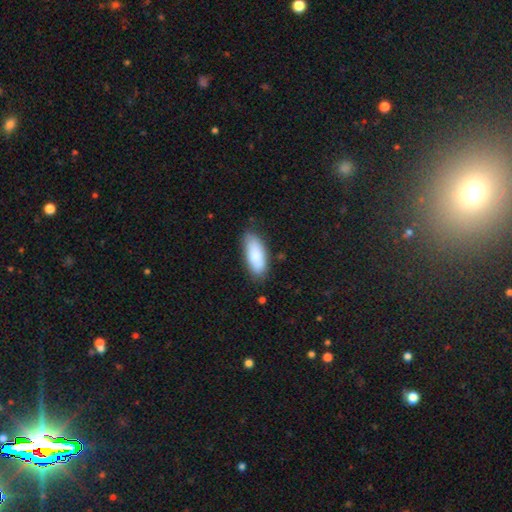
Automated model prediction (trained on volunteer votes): A smooth galaxy with no disk features (87%) that is in between round and cigar-shaped (80%).

Vote fractions:
- Smooth or featured? smooth: 87% / featured or disk: 8% / star or artifact: 6%
- How rounded? in between: 80% / cigar-shaped: 18% / round: 2%
- Merging? none: 78% / minor disturbance: 17% / major disturbance: 3% / merger: 2%